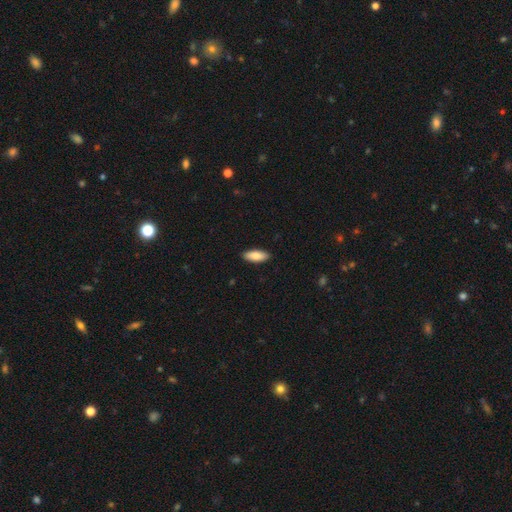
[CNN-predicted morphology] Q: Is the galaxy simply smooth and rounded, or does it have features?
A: smooth — 84%.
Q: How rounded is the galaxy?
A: in between — 79%.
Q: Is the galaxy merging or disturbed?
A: none — 89%.